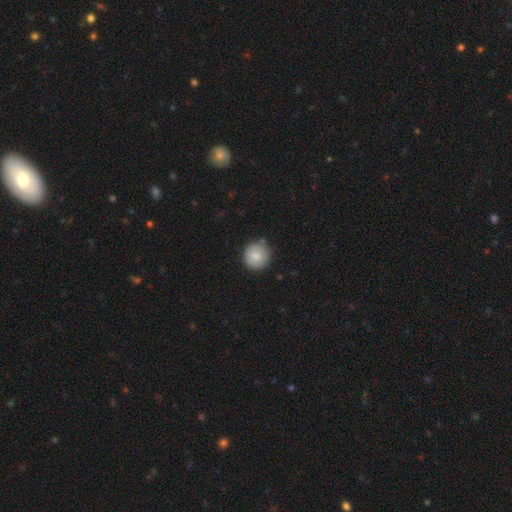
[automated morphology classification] A smooth galaxy with no disk features (84%) that is round (94%). Merging: none (87%).